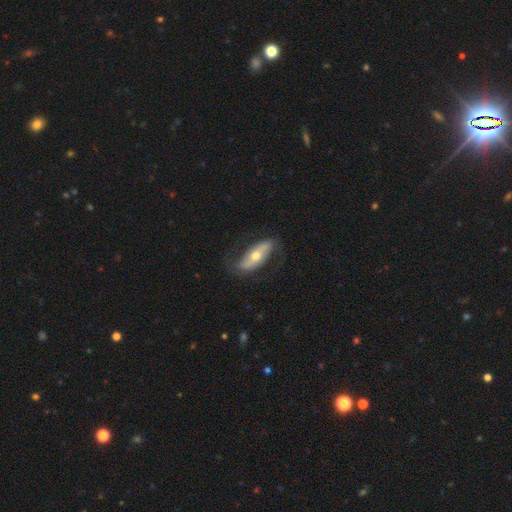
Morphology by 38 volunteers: This appears to be a featured or disk galaxy (71%) with a strong bar (50%), 2 (90%) loose (52%) spiral arms (95%) and a moderate central bulge (68%). Merging: none (80%).